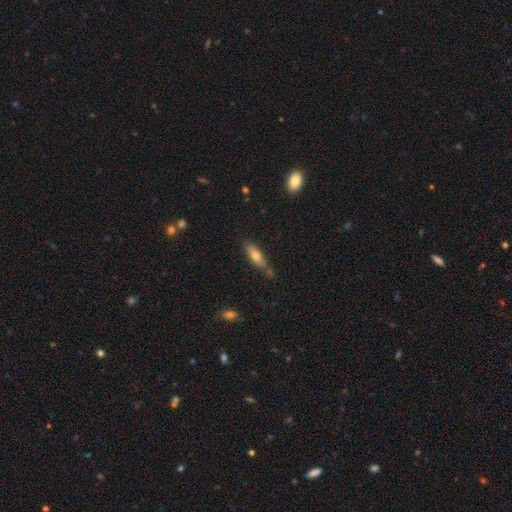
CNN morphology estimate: Overall: smooth (67%). How rounded: in between (54%; cigar-shaped 43%). Merging: none (68%).